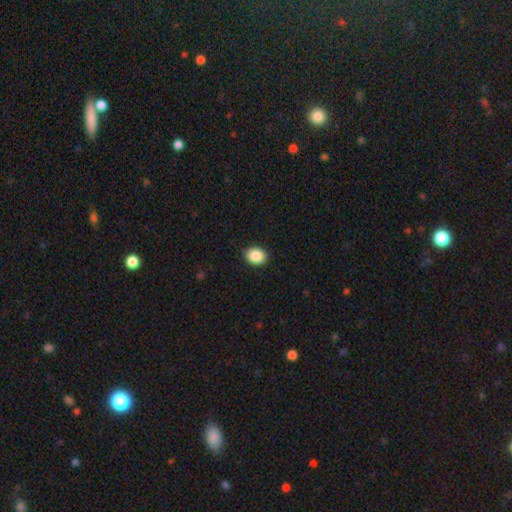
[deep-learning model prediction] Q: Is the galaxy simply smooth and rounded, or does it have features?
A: smooth — 88%.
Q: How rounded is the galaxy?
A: in between — 57%.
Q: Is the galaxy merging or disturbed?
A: none — 86%.